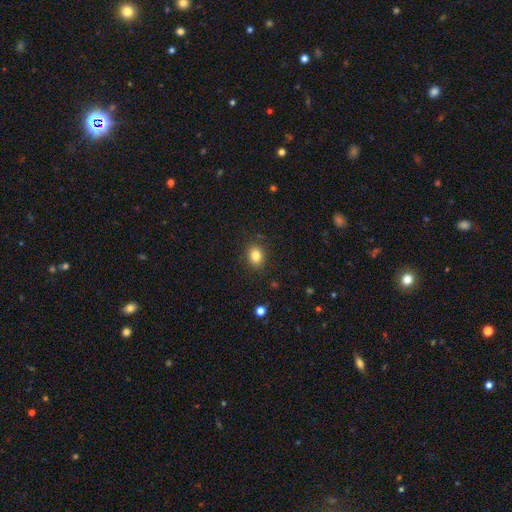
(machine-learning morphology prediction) Smooth or featured? Predicted: smooth (p=0.83). How rounded? Predicted: in between (p=0.53). Merging? Predicted: none (p=0.86).